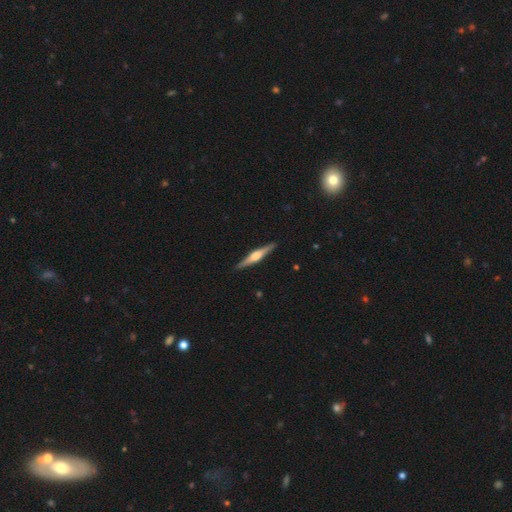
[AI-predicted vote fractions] A featured or disk galaxy (74%) viewed edge-on (98%) with a rounded central bulge (84%).

Vote fractions:
- Smooth or featured? featured or disk: 74% / smooth: 21% / star or artifact: 5%
- Edge-on disk? yes: 98% / no: 2%
- Edge-on bulge? rounded: 84% / boxy: 12% / none: 4%
- Merging? none: 91% / minor disturbance: 6% / major disturbance: 1% / merger: 1%